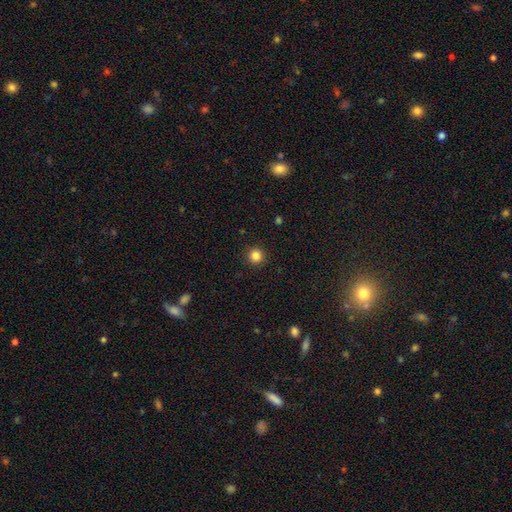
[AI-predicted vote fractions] smooth 84%, star or artifact 12%, featured or disk 4%. Down the decision tree: how rounded — round (95%); merging — none (92%).